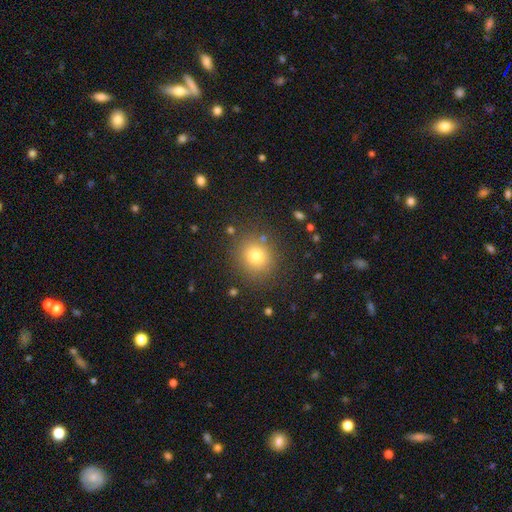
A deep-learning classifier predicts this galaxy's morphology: Q: Smooth or featured?
A: smooth (78%); runner-up: star or artifact (13%)
Q: How rounded?
A: round (79%); runner-up: in between (20%)
Q: Merging?
A: none (84%); runner-up: minor disturbance (9%)